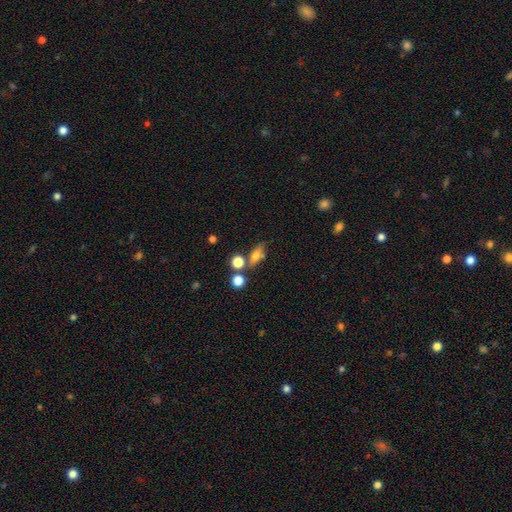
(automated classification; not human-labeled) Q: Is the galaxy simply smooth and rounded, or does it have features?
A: smooth — 65%.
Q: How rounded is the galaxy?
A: in between — 59%.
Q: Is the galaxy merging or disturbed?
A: none — 56%.